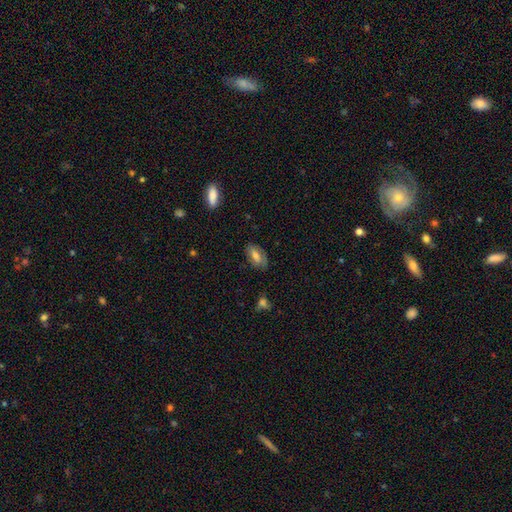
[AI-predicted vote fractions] Smooth or featured? Predicted: smooth (p=0.66). How rounded? Predicted: in between (p=0.89). Merging? Predicted: none (p=0.72).